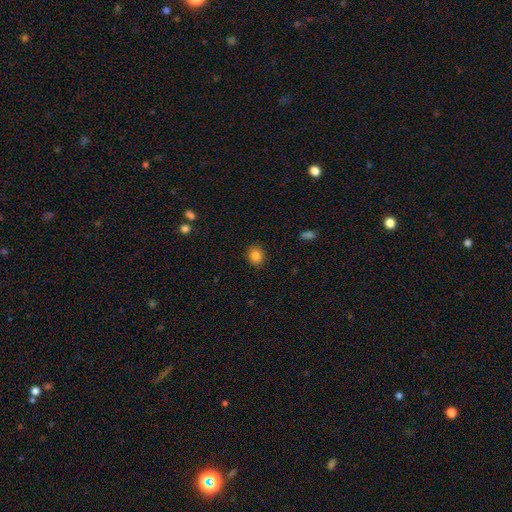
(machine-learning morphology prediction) A smooth galaxy with no disk features (84%) that is round (78%).

Vote fractions:
- Smooth or featured? smooth: 84% / star or artifact: 10% / featured or disk: 6%
- How rounded? round: 78% / in between: 21% / cigar-shaped: 1%
- Merging? none: 89% / minor disturbance: 8% / major disturbance: 2% / merger: 1%